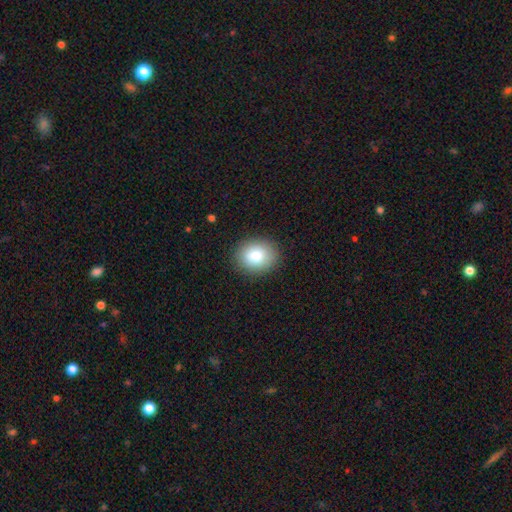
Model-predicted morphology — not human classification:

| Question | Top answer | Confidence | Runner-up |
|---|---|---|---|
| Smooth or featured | smooth | 82% | star or artifact (9%) |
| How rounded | round | 59% | in between (40%) |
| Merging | none | 90% | minor disturbance (7%) |